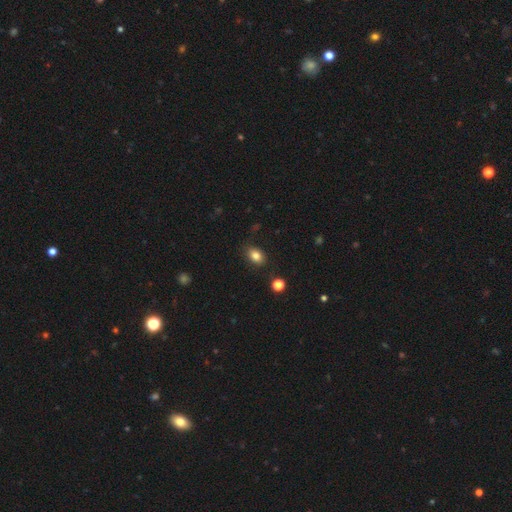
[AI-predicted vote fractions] Q: Smooth or featured?
A: smooth (83%); runner-up: star or artifact (10%)
Q: How rounded?
A: in between (76%); runner-up: round (22%)
Q: Merging?
A: none (85%); runner-up: minor disturbance (11%)